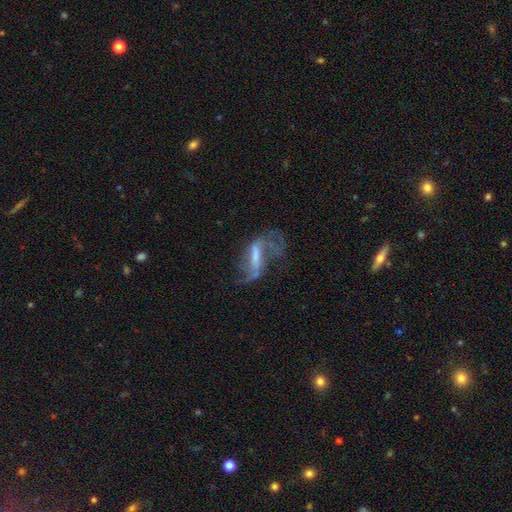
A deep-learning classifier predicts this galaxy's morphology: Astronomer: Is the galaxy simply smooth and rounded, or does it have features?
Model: featured or disk — 70%.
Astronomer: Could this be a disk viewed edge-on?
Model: no — 90%.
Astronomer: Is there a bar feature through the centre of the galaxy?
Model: strong — 44% (runner-up: weak, 37%).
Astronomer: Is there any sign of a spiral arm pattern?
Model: yes — 71%.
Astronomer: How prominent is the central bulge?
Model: none — 31%, tied with moderate at 31%.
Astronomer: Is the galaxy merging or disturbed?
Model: major disturbance — 39% (runner-up: none, 37%).